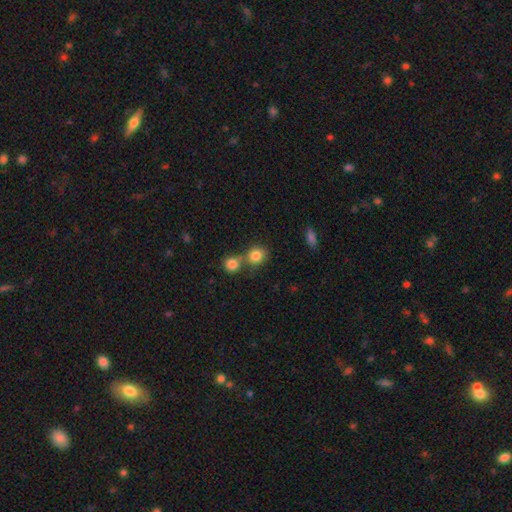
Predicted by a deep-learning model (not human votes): A smooth galaxy with no disk features (83%) that is round (78%).

Vote fractions:
- Smooth or featured? smooth: 83% / star or artifact: 10% / featured or disk: 7%
- How rounded? round: 78% / in between: 21% / cigar-shaped: 1%
- Merging? none: 47% / merger: 42% / minor disturbance: 8% / major disturbance: 3%